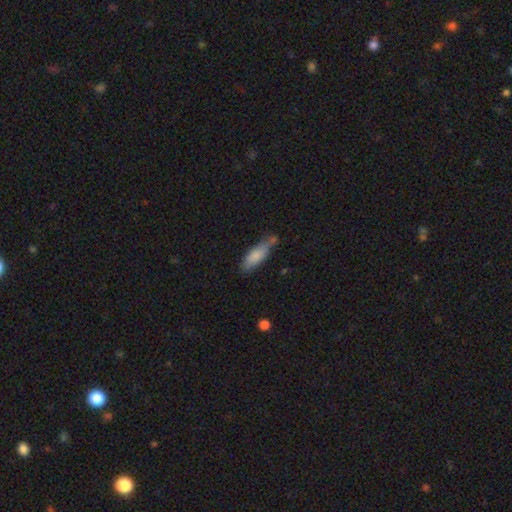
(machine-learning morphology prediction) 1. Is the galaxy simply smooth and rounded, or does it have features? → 80% smooth, 13% featured or disk, 6% star or artifact.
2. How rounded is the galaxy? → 58% in between, 40% cigar-shaped, 2% round.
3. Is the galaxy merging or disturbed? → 52% none, 31% minor disturbance, 9% merger, 8% major disturbance.